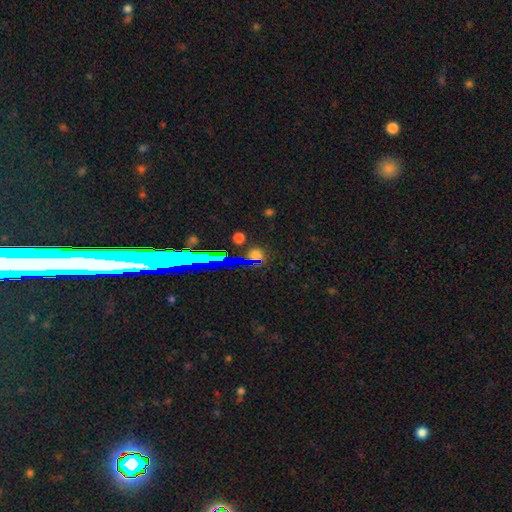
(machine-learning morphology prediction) Smooth or featured?
  - star or artifact: 49% *
  - smooth: 43%
  - featured or disk: 8%